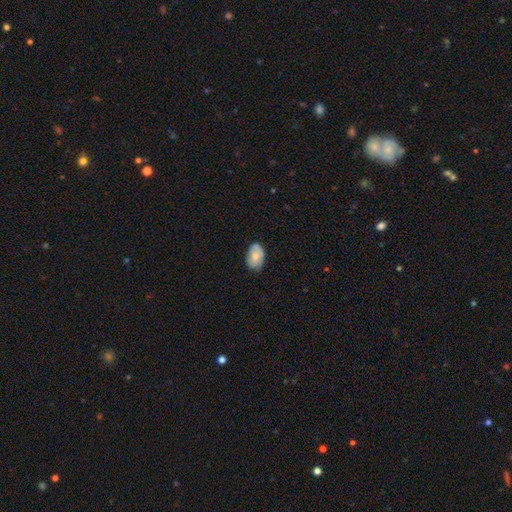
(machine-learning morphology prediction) smooth_or_featured: smooth (p=0.74) [alt: featured or disk p=0.20]
how_rounded: in between (p=0.88) [alt: round p=0.11]
merging: none (p=0.72) [alt: minor disturbance p=0.23]